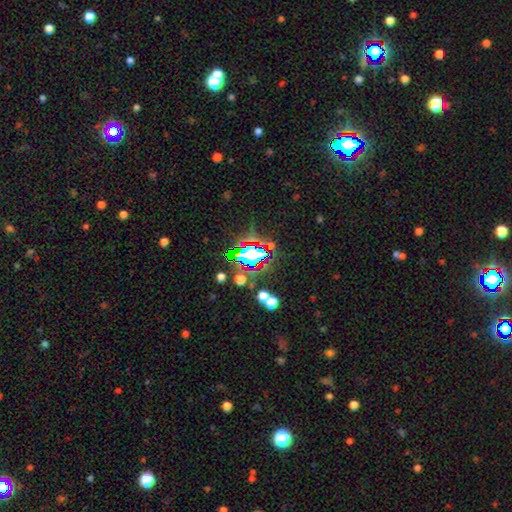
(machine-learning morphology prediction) Q: Smooth or featured?
A: star or artifact (65%); runner-up: smooth (22%)